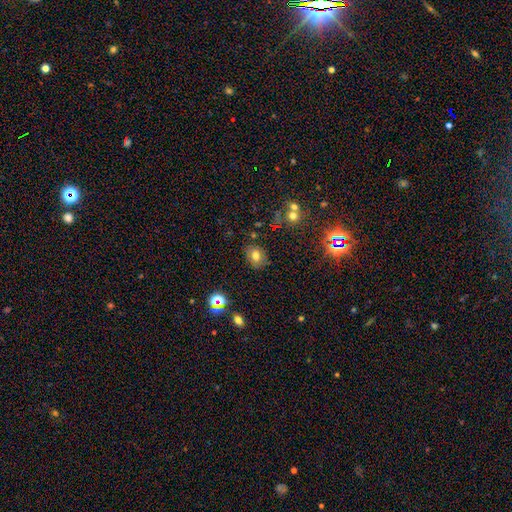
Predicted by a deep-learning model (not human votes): Overall: smooth (72%). How rounded: in between (55%; round 44%). Merging: none (80%).